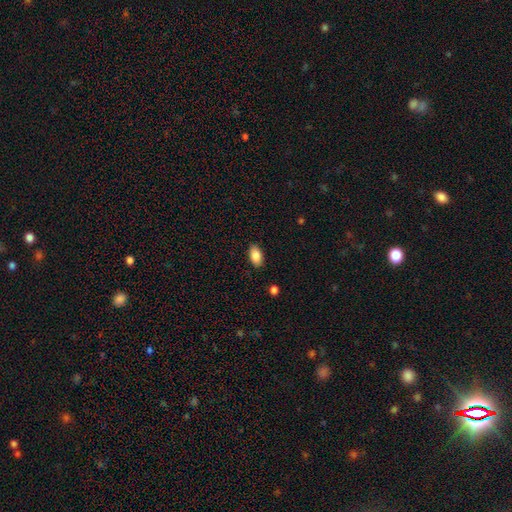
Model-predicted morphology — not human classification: A smooth galaxy with no disk features (86%) that is in between round and cigar-shaped (93%). Merging: none (87%).